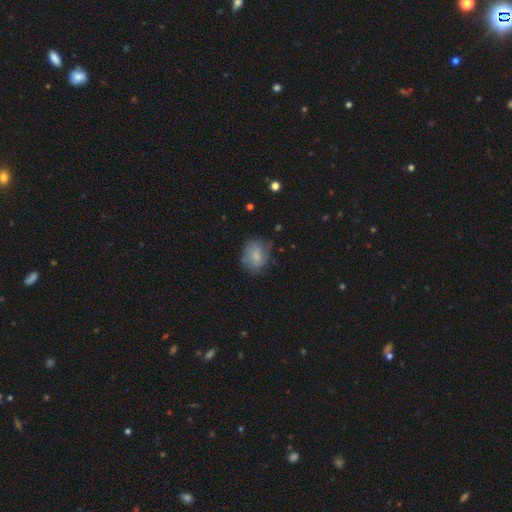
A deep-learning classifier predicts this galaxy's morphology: A smooth galaxy with no disk features (70%) that is in between round and cigar-shaped (54%). Merging: none (65%).